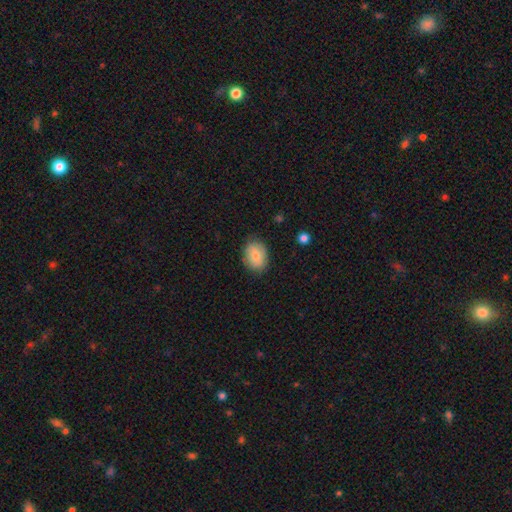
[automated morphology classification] smooth_or_featured: smooth (p=0.79) [alt: featured or disk p=0.14]
how_rounded: in between (p=0.65) [alt: round p=0.34]
merging: none (p=0.82) [alt: minor disturbance p=0.14]